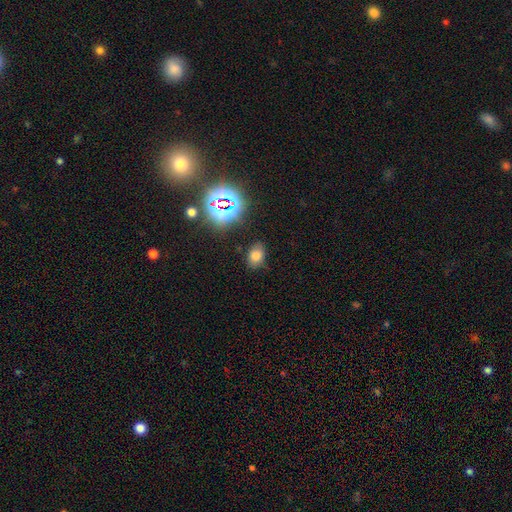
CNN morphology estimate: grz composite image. It shows a smooth galaxy with no disk features (70%) that is in between round and cigar-shaped (77%). Merging: none (82%).